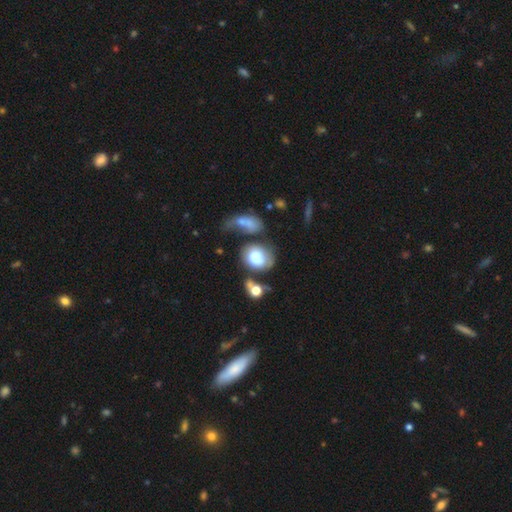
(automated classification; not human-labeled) Smooth or featured?
  - smooth: 65% *
  - featured or disk: 27%
  - star or artifact: 9%
How rounded?
  - round: 52% *
  - in between: 46%
  - cigar-shaped: 1%
Merging?
  - none: 33% *
  - merger: 28%
  - minor disturbance: 20%
  - major disturbance: 19%